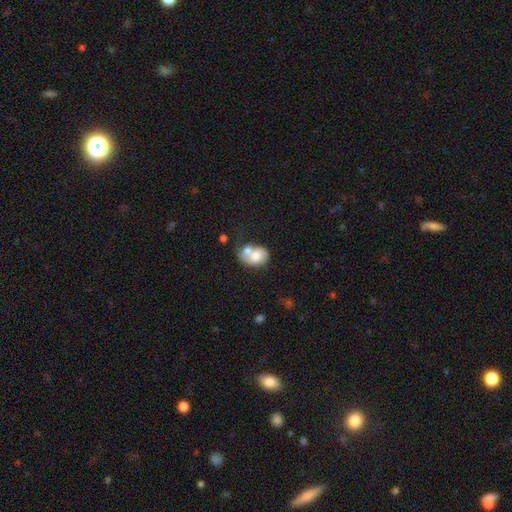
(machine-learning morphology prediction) Smooth or featured: smooth — 61% (featured or disk — 32%)
How rounded: in between — 62% (round — 37%)
Merging: merger — 61% (none — 19%)